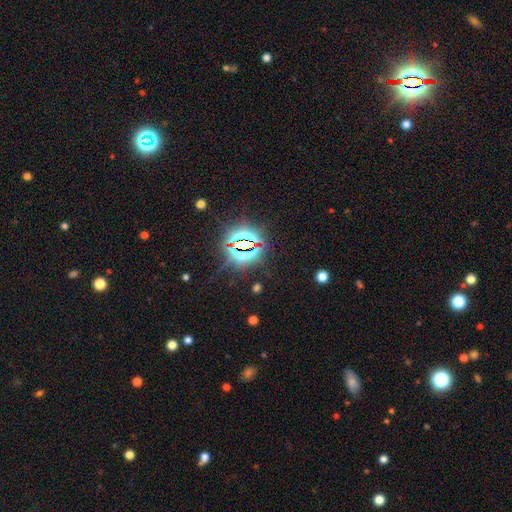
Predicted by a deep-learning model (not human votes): This appears to be a star or artifact, not a galaxy (84%).